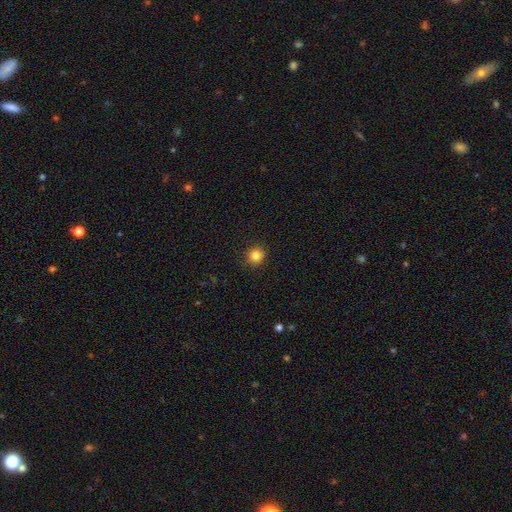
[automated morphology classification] Smooth or featured? smooth (84%)
How rounded? round (90%)
Merging? none (91%)